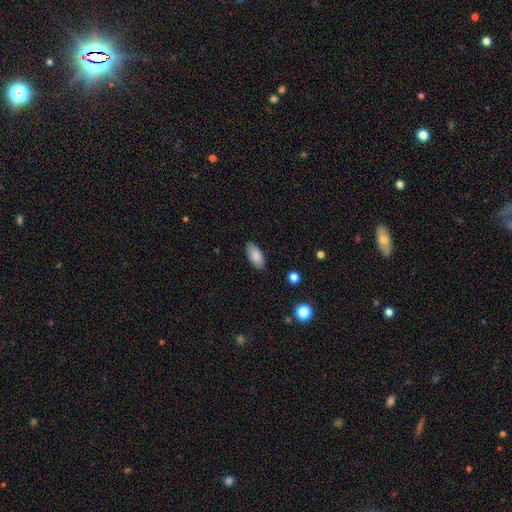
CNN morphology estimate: The model was most divided on "merging": none: 86%, minor disturbance: 10%, major disturbance: 2%, merger: 1%. More confident: how rounded — in between (91%); smooth or featured — smooth (86%).